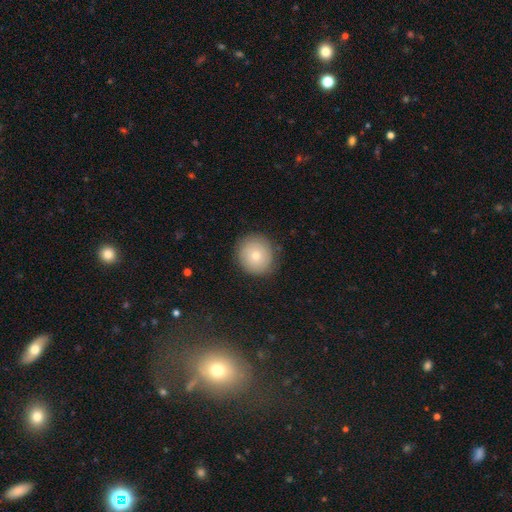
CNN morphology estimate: Smooth or featured? smooth (70%)
How rounded? round (88%)
Merging? none (84%)